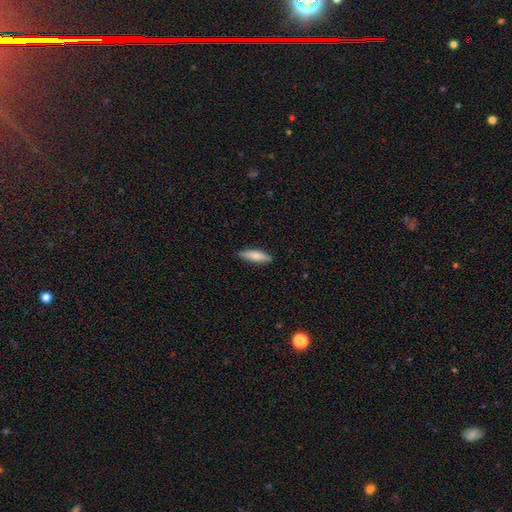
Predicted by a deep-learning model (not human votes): A smooth galaxy with no disk features (79%) that is cigar-shaped (68%). Merging: none (88%).